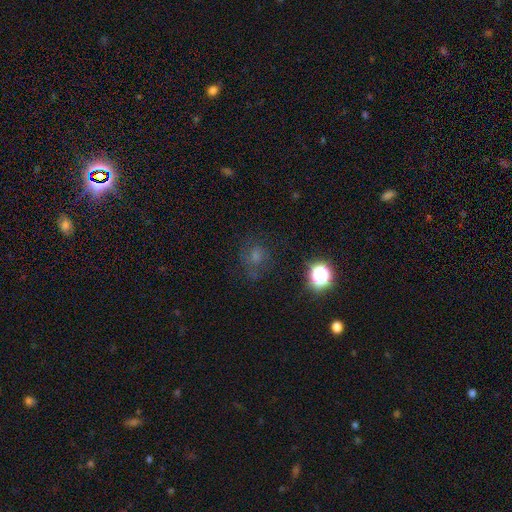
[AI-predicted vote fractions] Smooth or featured?
  - smooth: 53% *
  - star or artifact: 29%
  - featured or disk: 17%
How rounded?
  - round: 77% *
  - in between: 22%
  - cigar-shaped: 1%
Merging?
  - none: 63% *
  - minor disturbance: 20%
  - major disturbance: 15%
  - merger: 3%